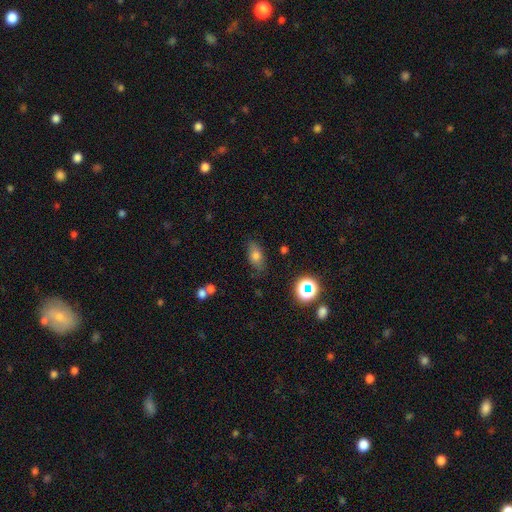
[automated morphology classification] This is likely a smooth galaxy (71%). How rounded: clearly in between (80%). Merging: likely none (79%).